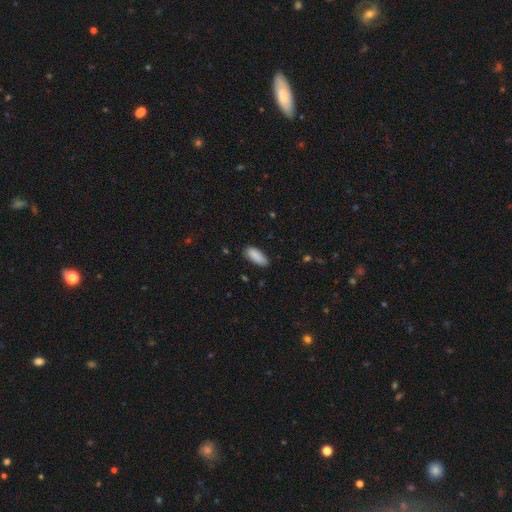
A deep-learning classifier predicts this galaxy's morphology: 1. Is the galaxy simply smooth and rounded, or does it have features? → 89% smooth, 6% star or artifact, 4% featured or disk.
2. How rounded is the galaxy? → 81% in between, 18% cigar-shaped, 2% round.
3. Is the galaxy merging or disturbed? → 79% none, 17% minor disturbance, 3% major disturbance, 1% merger.